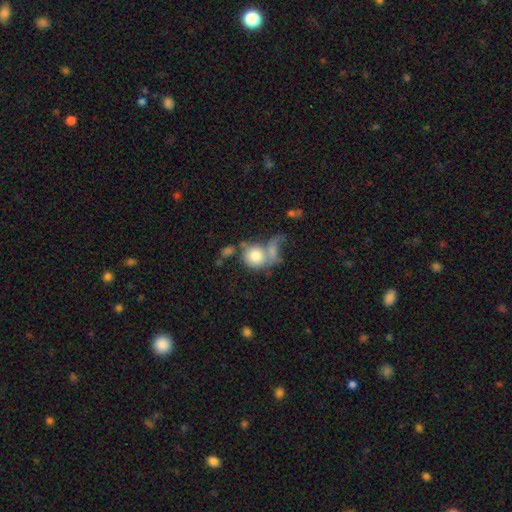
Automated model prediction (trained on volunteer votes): Overall: smooth (72%). How rounded: round (74%). Merging: merger (47%; none 23%).